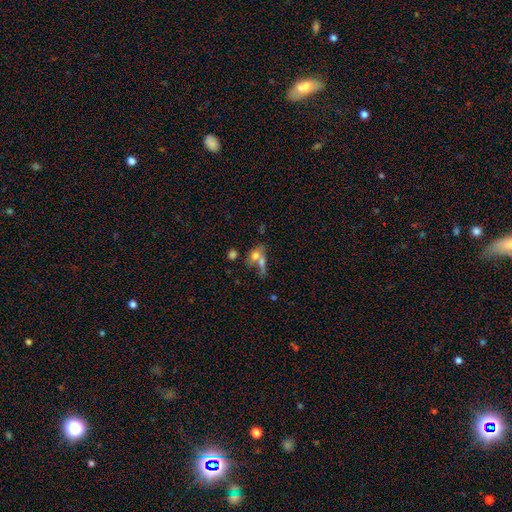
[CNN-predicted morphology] smooth 63%, featured or disk 25%, star or artifact 11%. Down the decision tree: how rounded — in between (60%); merging — merger (54%).